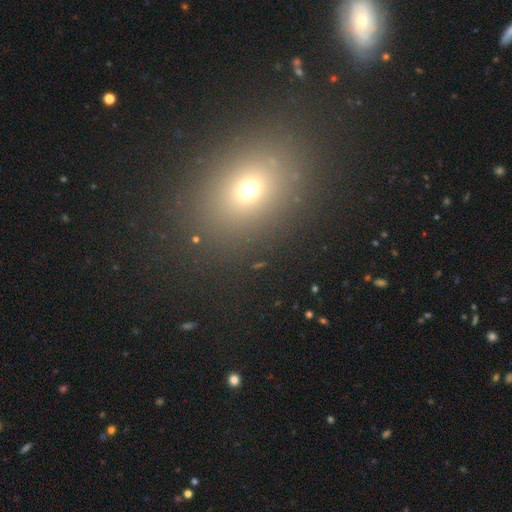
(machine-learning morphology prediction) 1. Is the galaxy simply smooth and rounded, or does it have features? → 58% smooth, 32% star or artifact, 11% featured or disk.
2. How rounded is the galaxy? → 57% in between, 41% round, 2% cigar-shaped.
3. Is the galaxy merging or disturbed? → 87% none, 7% minor disturbance, 3% major disturbance, 3% merger.